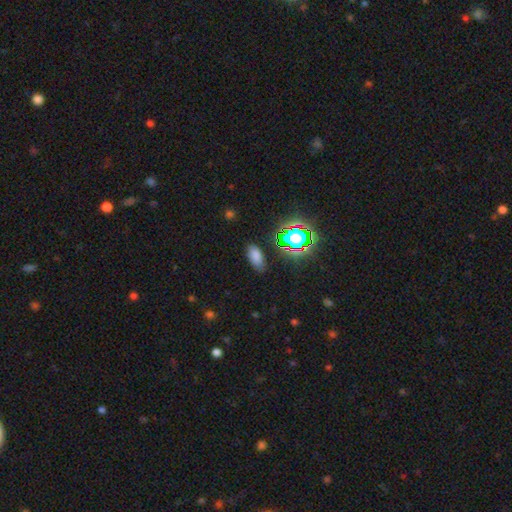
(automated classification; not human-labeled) Smooth or featured? smooth (71%)
How rounded? in between (90%)
Merging? none (81%)